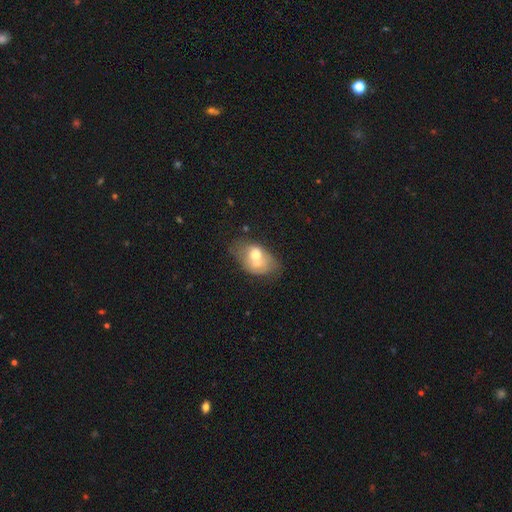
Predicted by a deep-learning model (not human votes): Overall: smooth (55%; featured or disk 37%). How rounded: in between (78%). Merging: merger (57%; none 22%).